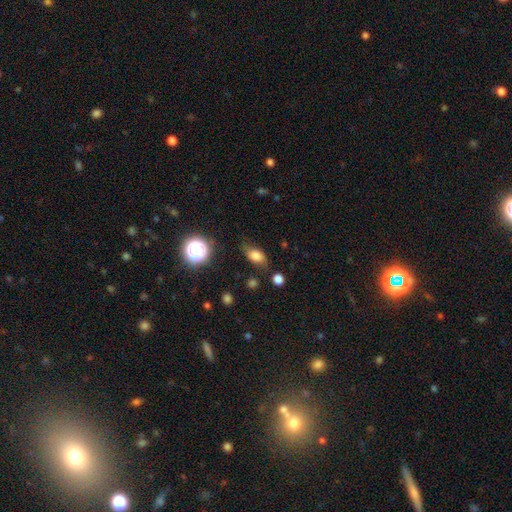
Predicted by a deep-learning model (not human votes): smooth-or-featured: smooth: 74% | featured or disk: 13% | star or artifact: 12%
  how-rounded: in between: 81% | round: 14% | cigar-shaped: 5%
  merging: none: 69% | minor disturbance: 22% | major disturbance: 7% | merger: 2%